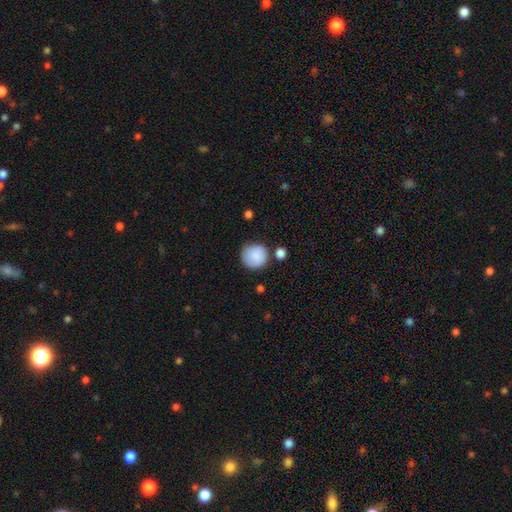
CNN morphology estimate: This appears to be a smooth galaxy with no disk features (87%) that is round (93%). Merging: none (74%).